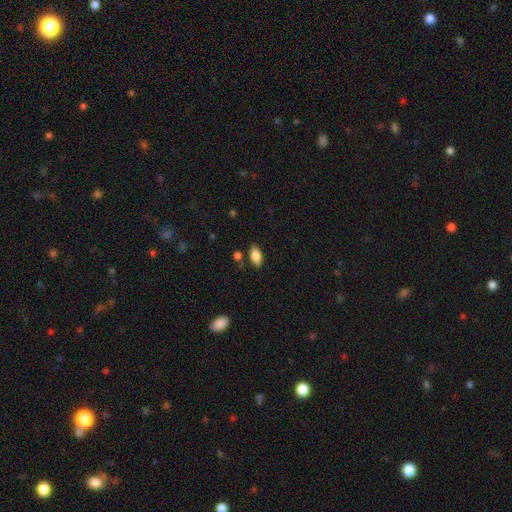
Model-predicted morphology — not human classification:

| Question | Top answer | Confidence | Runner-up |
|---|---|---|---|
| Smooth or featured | smooth | 81% | featured or disk (11%) |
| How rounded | in between | 90% | cigar-shaped (7%) |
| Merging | none | 82% | minor disturbance (12%) |